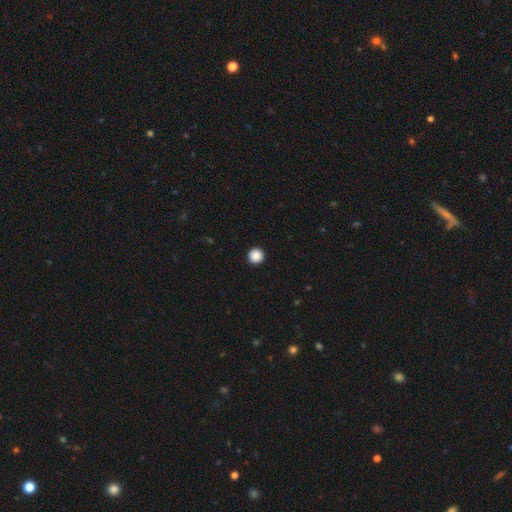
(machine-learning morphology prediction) Q: Smooth or featured?
A: smooth (89%); runner-up: star or artifact (9%)
Q: How rounded?
A: round (97%); runner-up: in between (2%)
Q: Merging?
A: none (94%); runner-up: minor disturbance (3%)